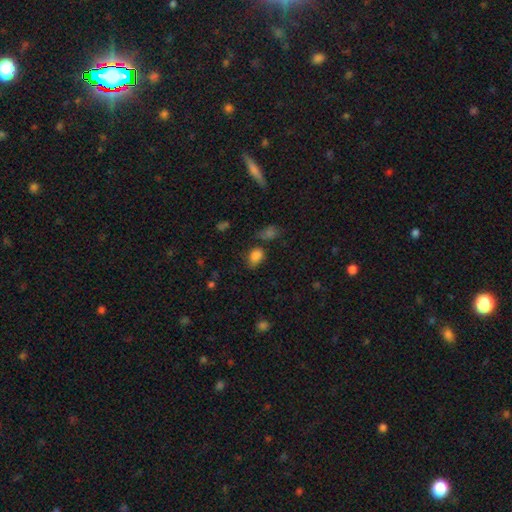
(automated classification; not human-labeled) A smooth galaxy with no disk features (80%) that is in between round and cigar-shaped (79%).

Vote fractions:
- Smooth or featured? smooth: 80% / star or artifact: 14% / featured or disk: 6%
- How rounded? in between: 79% / round: 19% / cigar-shaped: 2%
- Merging? none: 57% / minor disturbance: 25% / merger: 10% / major disturbance: 8%